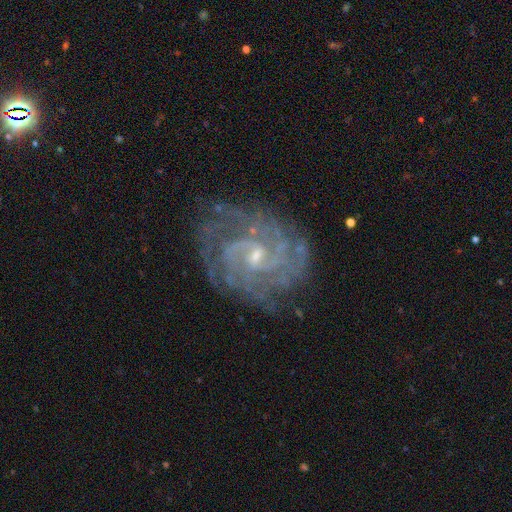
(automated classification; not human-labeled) Smooth or featured? featured or disk (90%)
Edge-on disk? no (98%)
Bar? weak (53%)
Spiral arms? yes (97%)
Spiral winding? tight (61%)
Spiral arm count? 2 (27%)
Bulge size? small (71%)
Merging? none (72%)